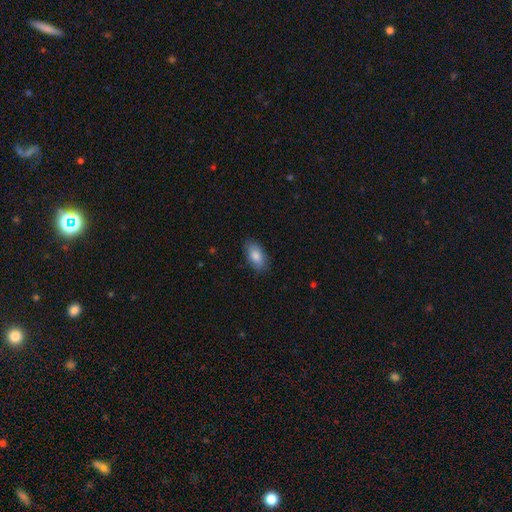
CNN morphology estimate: type=smooth (84%); roundness=in between (92%); merging=none (83%).